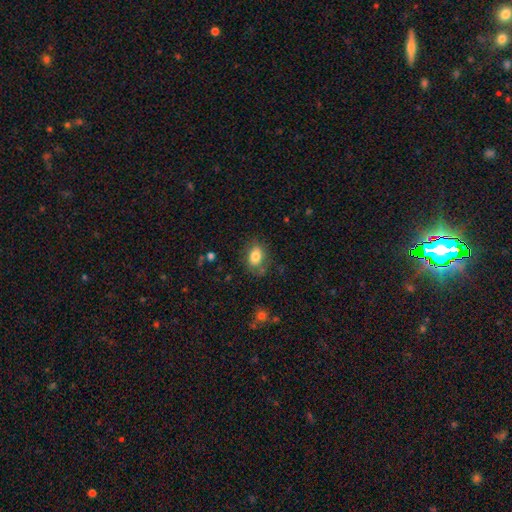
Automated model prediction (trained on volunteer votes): A smooth galaxy with no disk features (80%) that is in between round and cigar-shaped (82%).

Vote fractions:
- Smooth or featured? smooth: 80% / featured or disk: 12% / star or artifact: 9%
- How rounded? in between: 82% / round: 17% / cigar-shaped: 2%
- Merging? none: 68% / minor disturbance: 21% / major disturbance: 8% / merger: 3%